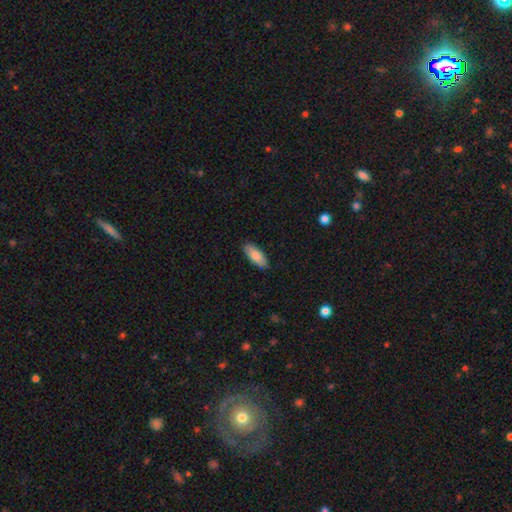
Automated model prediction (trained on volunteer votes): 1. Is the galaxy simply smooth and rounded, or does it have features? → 83% smooth, 11% featured or disk, 6% star or artifact.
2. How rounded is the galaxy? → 82% in between, 16% cigar-shaped, 2% round.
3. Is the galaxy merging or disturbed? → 87% none, 10% minor disturbance, 2% major disturbance, 1% merger.